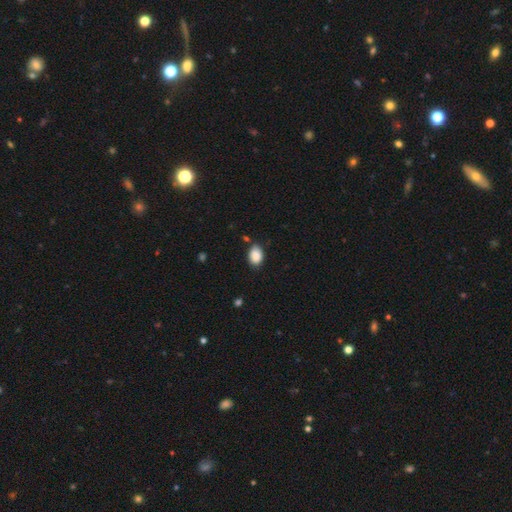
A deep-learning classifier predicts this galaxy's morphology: Overall: smooth (88%). How rounded: in between (80%). Merging: none (75%).